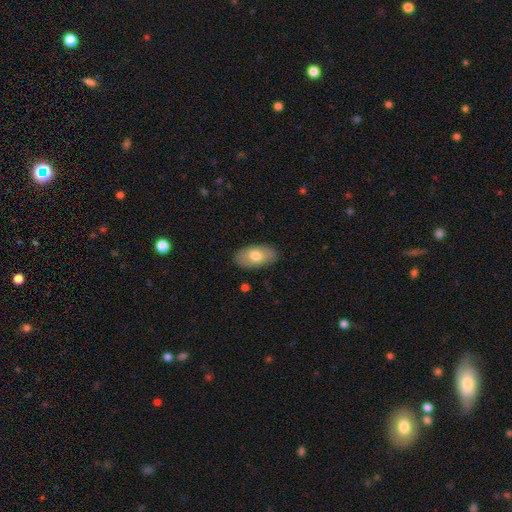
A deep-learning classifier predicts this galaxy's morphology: Smooth or featured? smooth (71%)
How rounded? in between (93%)
Merging? none (86%)